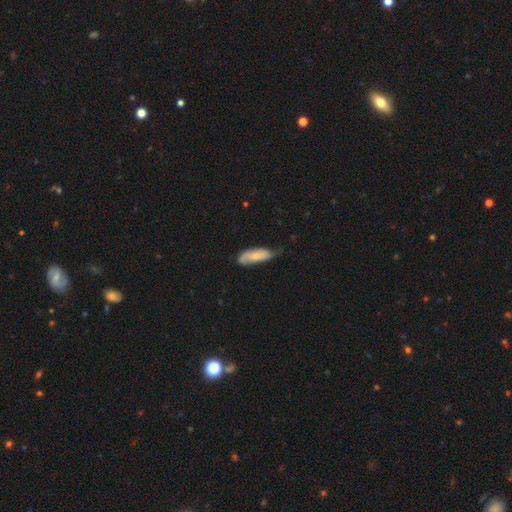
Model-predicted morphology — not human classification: smooth_or_featured: smooth (p=0.61) [alt: featured or disk p=0.32]
how_rounded: in between (p=0.63) [alt: cigar-shaped p=0.35]
merging: none (p=0.43) [alt: minor disturbance p=0.41]